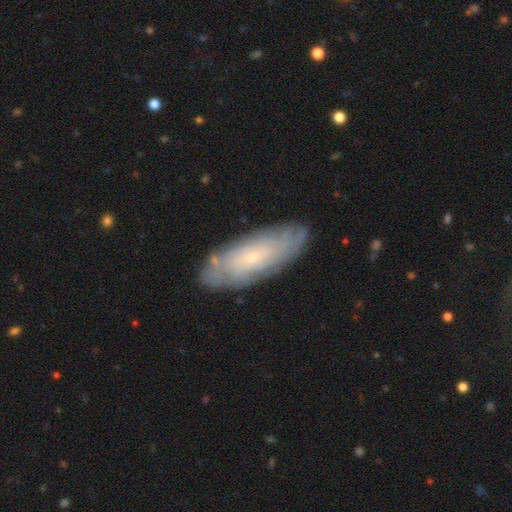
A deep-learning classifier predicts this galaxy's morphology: A featured or disk galaxy (55%).

Vote fractions:
- Smooth or featured? featured or disk: 55% / smooth: 37% / star or artifact: 8%
- Edge-on disk? no: 79% / yes: 21%
- Merging? none: 84% / minor disturbance: 12% / major disturbance: 3% / merger: 1%